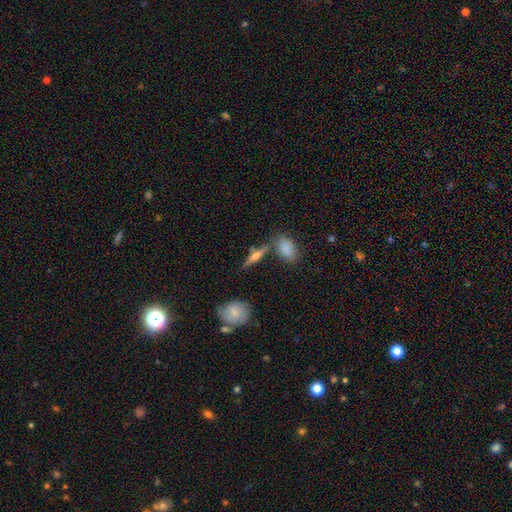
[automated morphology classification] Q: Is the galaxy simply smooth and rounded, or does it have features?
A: featured or disk — 55%.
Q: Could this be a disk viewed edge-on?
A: yes — 94%.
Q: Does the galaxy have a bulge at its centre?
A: rounded — 89%.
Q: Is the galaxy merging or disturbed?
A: none — 73%.